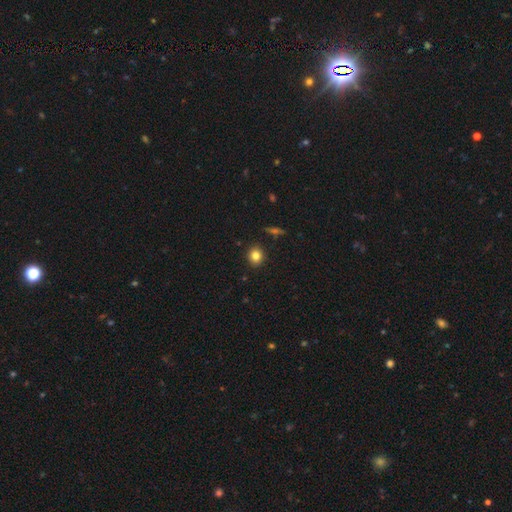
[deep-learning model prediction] This appears to be a smooth galaxy with no disk features (82%) that is round (79%). Merging: none (90%).